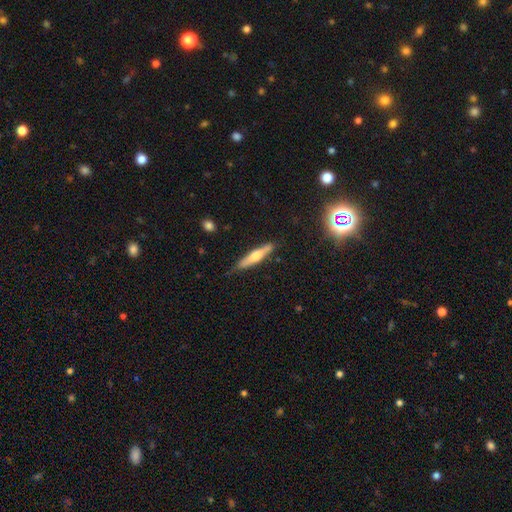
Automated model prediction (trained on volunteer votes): A featured or disk galaxy (49%).

Vote fractions:
- Smooth or featured? featured or disk: 49% / smooth: 45% / star or artifact: 6%
- Merging? none: 79% / minor disturbance: 16% / major disturbance: 3% / merger: 2%